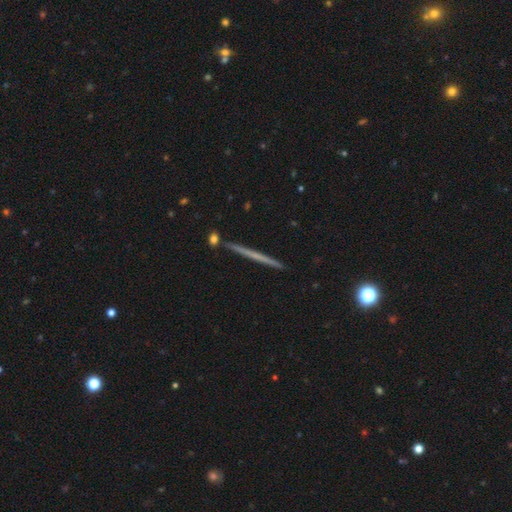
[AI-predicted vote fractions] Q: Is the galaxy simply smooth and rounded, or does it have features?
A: featured or disk — 58%.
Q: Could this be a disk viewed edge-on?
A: yes — 98%.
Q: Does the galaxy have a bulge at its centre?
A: none — 86%.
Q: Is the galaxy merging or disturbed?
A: none — 90%.